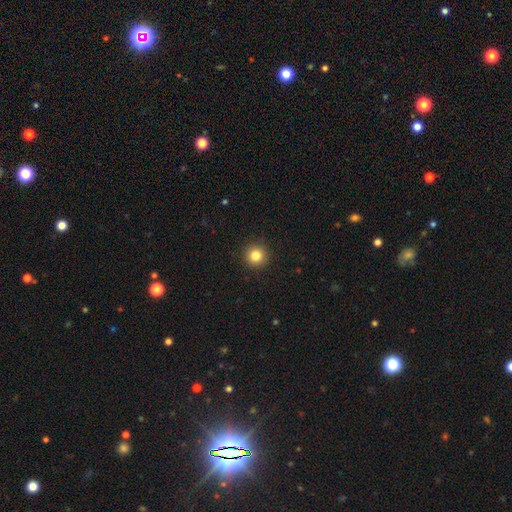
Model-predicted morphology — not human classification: The model was most divided on "smooth or featured": smooth: 83%, star or artifact: 12%, featured or disk: 6%. More confident: how rounded — round (95%); merging — none (93%).